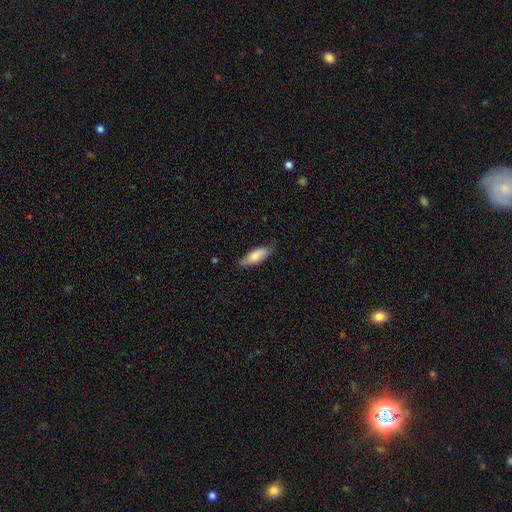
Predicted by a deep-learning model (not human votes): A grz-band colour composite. It shows a smooth galaxy with no disk features (81%) that is in between round and cigar-shaped (67%). Merging: none (73%).